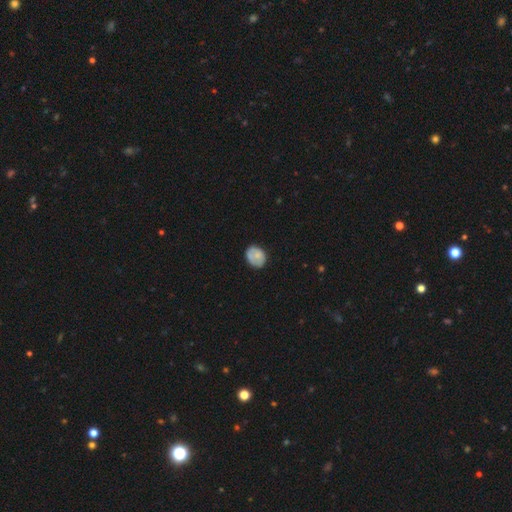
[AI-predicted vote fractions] Smooth or featured? smooth (68%)
How rounded? round (56%)
Merging? none (66%)